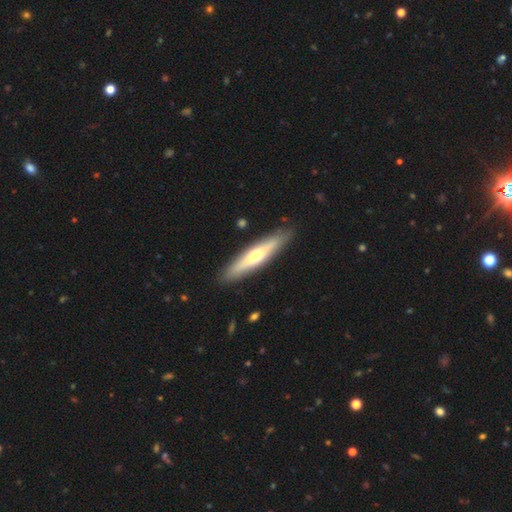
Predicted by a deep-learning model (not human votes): Smooth or featured? Predicted: featured or disk (p=0.50). Merging? Predicted: none (p=0.89).